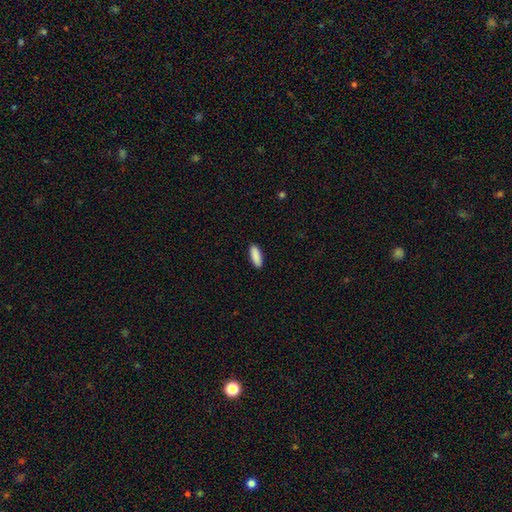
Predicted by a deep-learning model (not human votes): This is clearly a smooth galaxy (91%). How rounded: likely in between (60%). Merging: clearly none (90%).